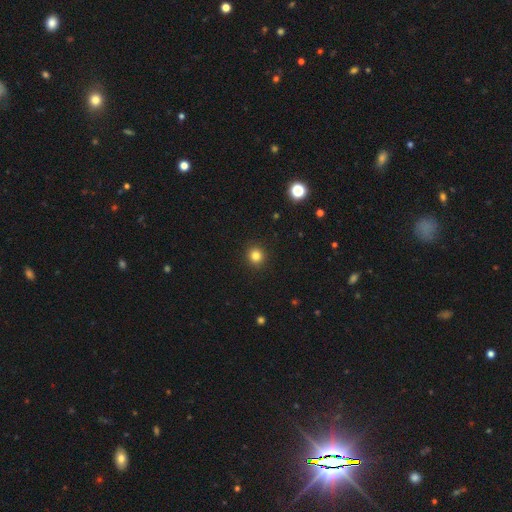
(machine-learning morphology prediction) Smooth or featured? Predicted: smooth (p=0.83). How rounded? Predicted: round (p=0.90). Merging? Predicted: none (p=0.92).